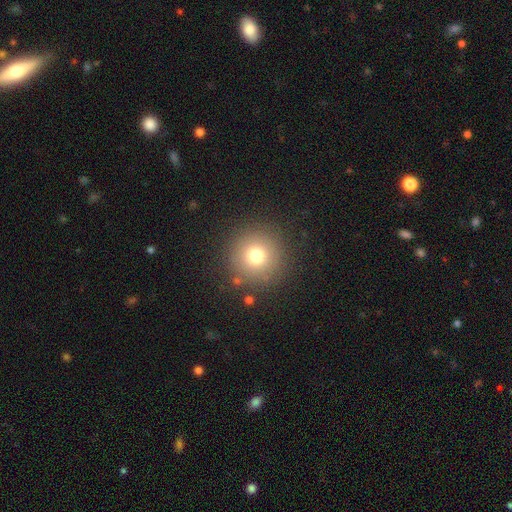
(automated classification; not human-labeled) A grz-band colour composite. It shows a smooth galaxy with no disk features (75%) that is round (96%). Merging: none (87%).